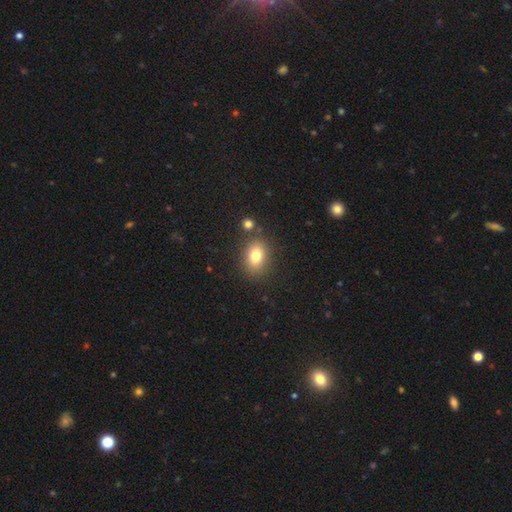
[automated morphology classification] Smooth or featured?
  - smooth: 79% *
  - star or artifact: 11%
  - featured or disk: 10%
How rounded?
  - in between: 68% *
  - round: 30%
  - cigar-shaped: 1%
Merging?
  - none: 80% *
  - minor disturbance: 10%
  - merger: 7%
  - major disturbance: 3%